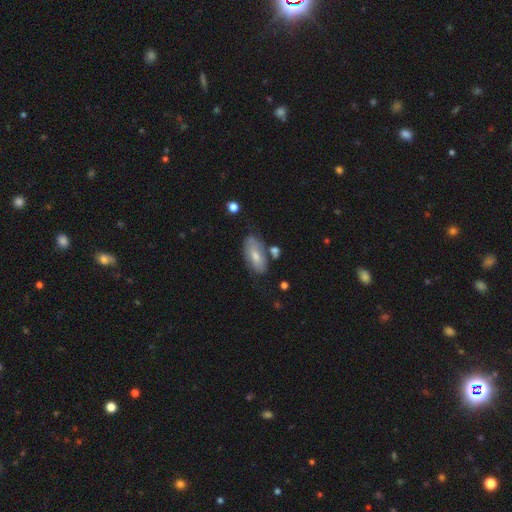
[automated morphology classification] Smooth or featured?
  - smooth: 59% *
  - featured or disk: 35%
  - star or artifact: 6%
How rounded?
  - in between: 90% *
  - cigar-shaped: 6%
  - round: 3%
Merging?
  - none: 61% *
  - minor disturbance: 23%
  - merger: 9%
  - major disturbance: 8%